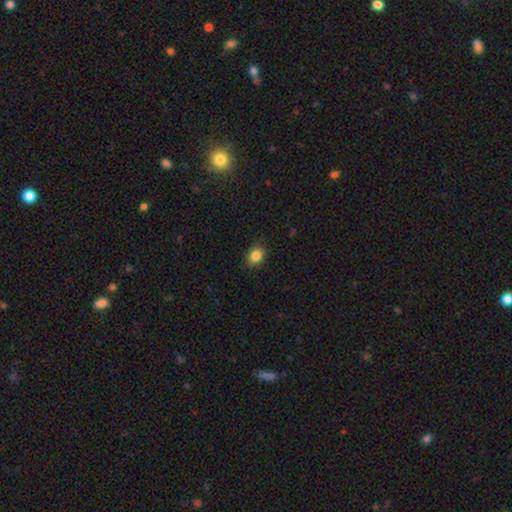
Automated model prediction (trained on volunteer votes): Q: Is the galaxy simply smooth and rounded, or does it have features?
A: smooth — 86%.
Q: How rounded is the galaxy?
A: in between — 59%.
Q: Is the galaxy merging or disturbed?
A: none — 87%.